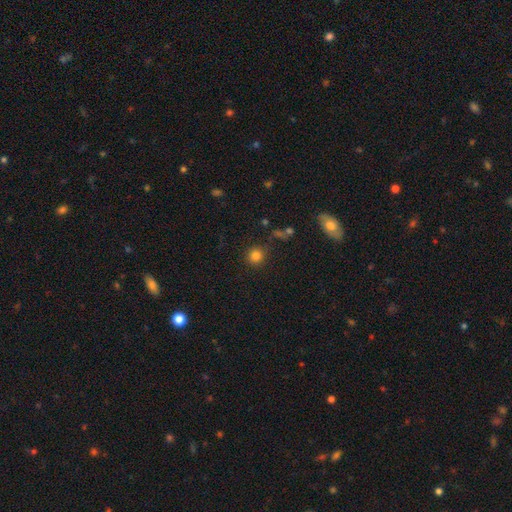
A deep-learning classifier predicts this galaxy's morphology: Overall: smooth (81%). How rounded: round (92%). Merging: none (85%).